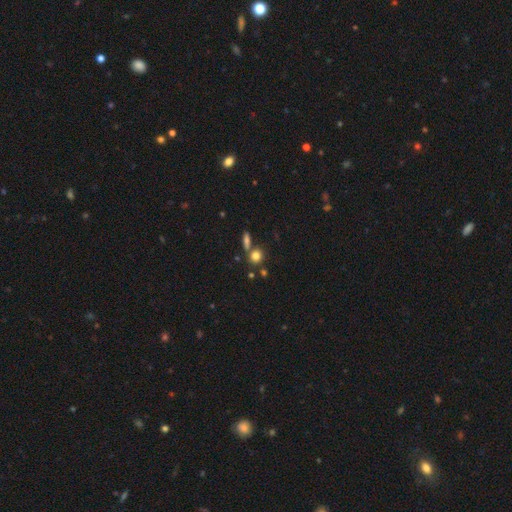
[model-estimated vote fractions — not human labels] smooth 79%, star or artifact 13%, featured or disk 8%. Down the decision tree: how rounded — round (79%); merging — none (64%).